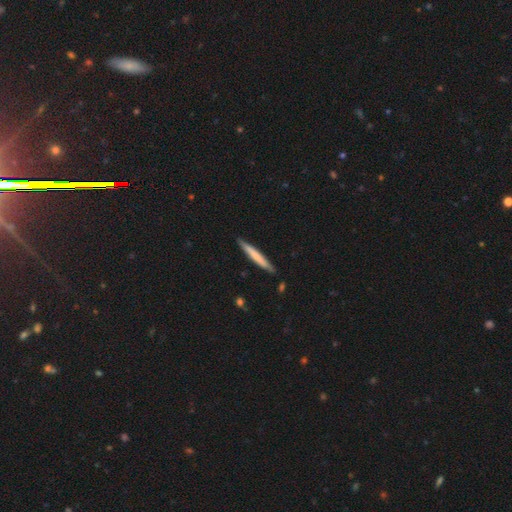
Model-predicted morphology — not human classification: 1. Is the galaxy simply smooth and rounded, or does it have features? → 64% smooth, 31% featured or disk, 5% star or artifact.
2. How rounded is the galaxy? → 96% cigar-shaped, 3% in between, 1% round.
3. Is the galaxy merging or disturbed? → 87% none, 10% minor disturbance, 2% merger, 2% major disturbance.